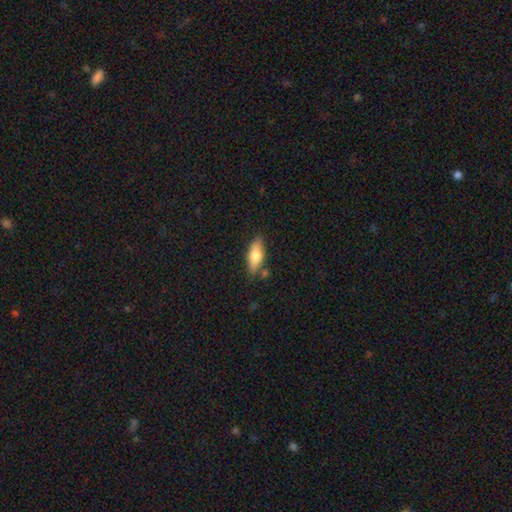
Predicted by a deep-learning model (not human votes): The model was most divided on "smooth or featured": smooth: 63%, featured or disk: 30%, star or artifact: 7%. More confident: merging — none (77%); how rounded — in between (69%).